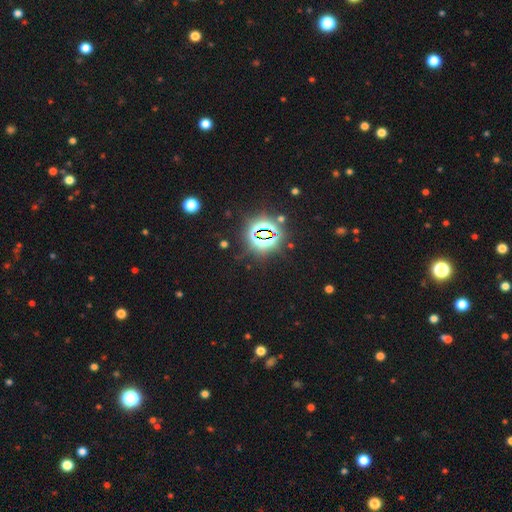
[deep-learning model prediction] This appears to be a star or artifact, not a galaxy (82%).